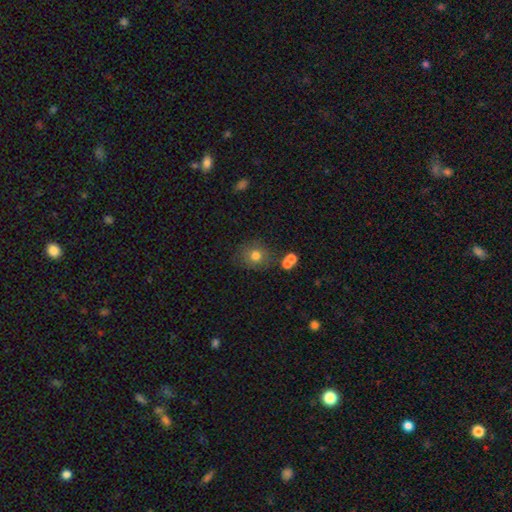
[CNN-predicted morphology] Smooth or featured? Predicted: smooth (p=0.77). How rounded? Predicted: round (p=0.83). Merging? Predicted: none (p=0.74).